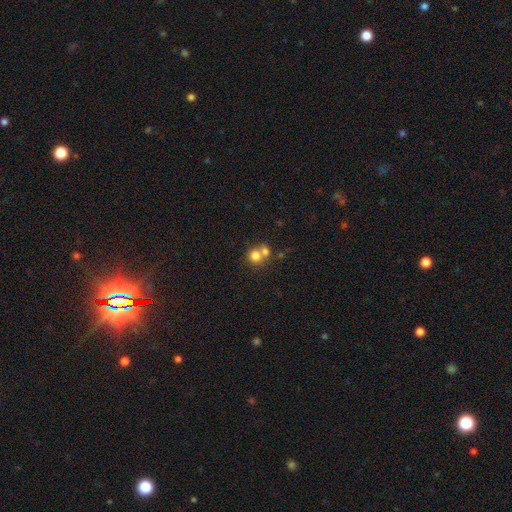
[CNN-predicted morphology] Smooth or featured? Predicted: smooth (p=0.77). How rounded? Predicted: round (p=0.86). Merging? Predicted: merger (p=0.52).